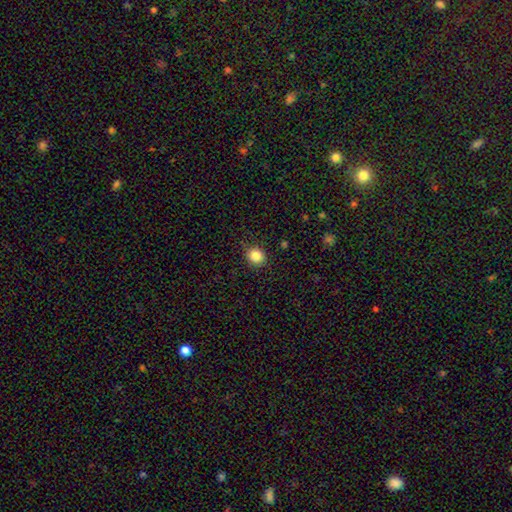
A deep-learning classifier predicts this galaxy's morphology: This is clearly a smooth galaxy (85%). How rounded: clearly round (83%). Merging: clearly none (88%).